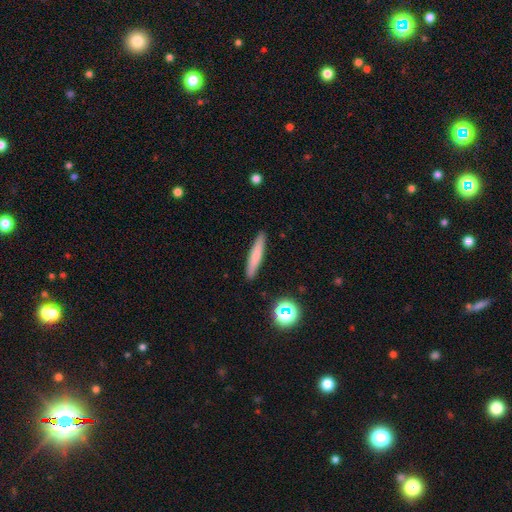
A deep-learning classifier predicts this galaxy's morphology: Smooth or featured?
  - smooth: 71% *
  - featured or disk: 21%
  - star or artifact: 8%
How rounded?
  - cigar-shaped: 93% *
  - in between: 6%
  - round: 2%
Merging?
  - none: 90% *
  - minor disturbance: 7%
  - major disturbance: 2%
  - merger: 1%